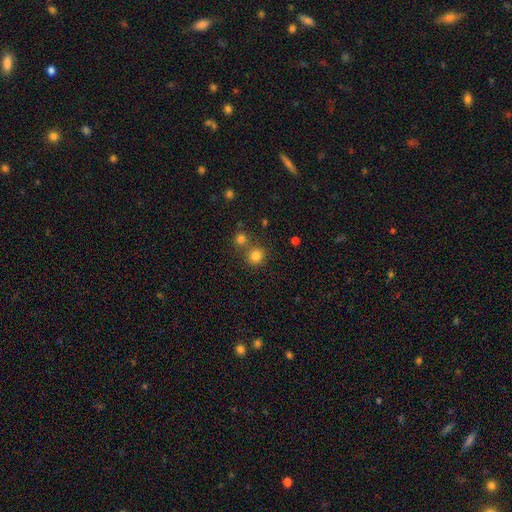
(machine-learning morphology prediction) This appears to be a smooth galaxy with no disk features (81%) that is round (88%). Merging: none (67%).